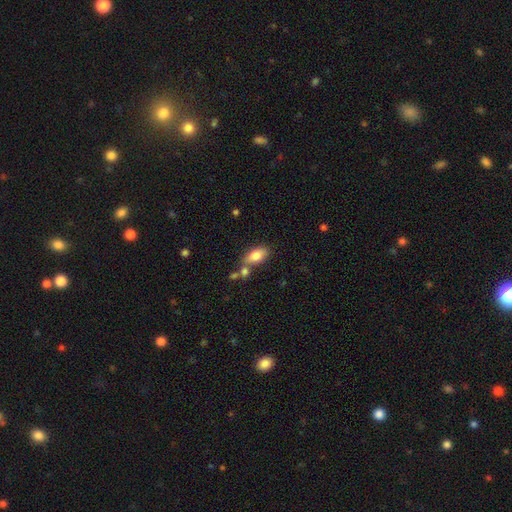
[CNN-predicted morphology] Smooth or featured?
  - smooth: 79% *
  - featured or disk: 13%
  - star or artifact: 7%
How rounded?
  - in between: 89% *
  - round: 6%
  - cigar-shaped: 5%
Merging?
  - none: 53% *
  - merger: 27%
  - minor disturbance: 15%
  - major disturbance: 5%